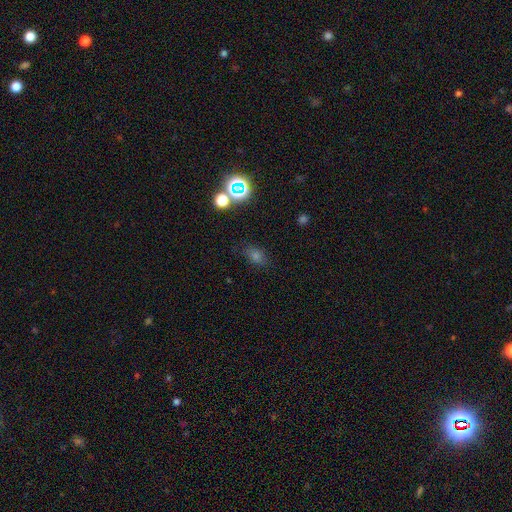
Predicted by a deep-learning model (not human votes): This is possibly a smooth galaxy (59%). How rounded: likely in between (66%). Merging: likely none (77%).